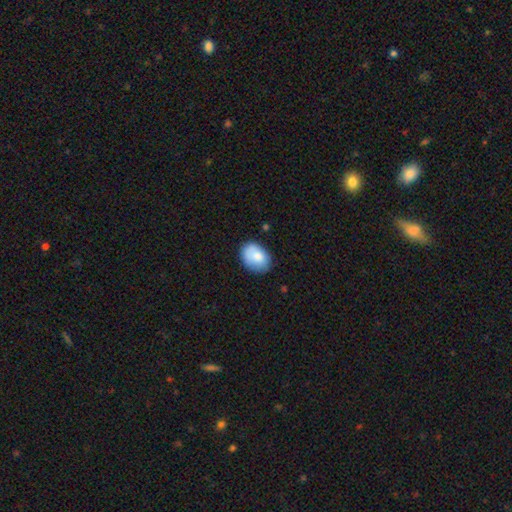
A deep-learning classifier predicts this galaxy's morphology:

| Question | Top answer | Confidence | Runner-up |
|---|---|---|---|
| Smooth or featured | smooth | 79% | featured or disk (13%) |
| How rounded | in between | 74% | round (25%) |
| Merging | none | 71% | minor disturbance (21%) |